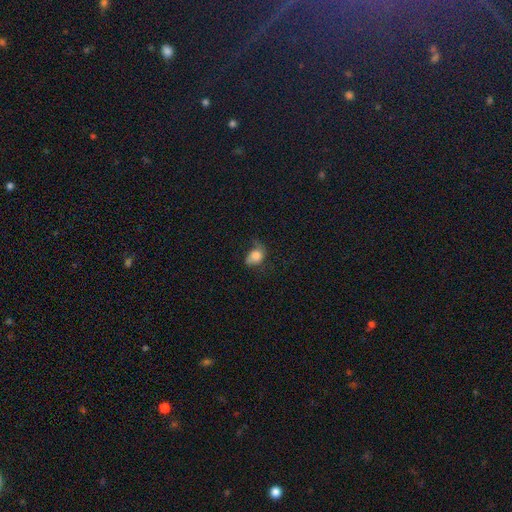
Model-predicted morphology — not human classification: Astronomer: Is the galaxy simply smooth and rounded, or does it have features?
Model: smooth — 74%.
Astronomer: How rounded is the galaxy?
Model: in between — 64%.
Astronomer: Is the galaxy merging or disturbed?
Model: major disturbance — 33%, tied with minor disturbance at 33%.